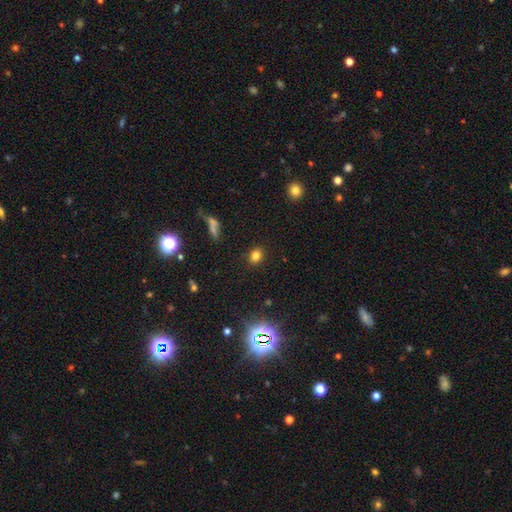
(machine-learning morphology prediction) smooth_or_featured: smooth (p=0.79) [alt: star or artifact p=0.15]
how_rounded: in between (p=0.53) [alt: round p=0.45]
merging: none (p=0.87) [alt: minor disturbance p=0.08]